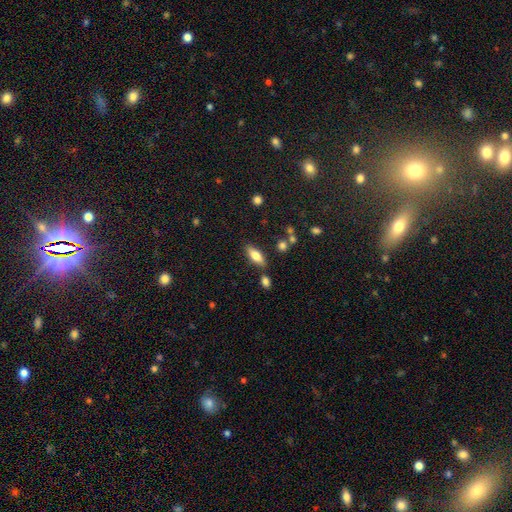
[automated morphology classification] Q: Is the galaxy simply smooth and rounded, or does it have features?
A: smooth — 74%.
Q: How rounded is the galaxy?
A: in between — 74%.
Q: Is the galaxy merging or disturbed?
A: none — 77%.